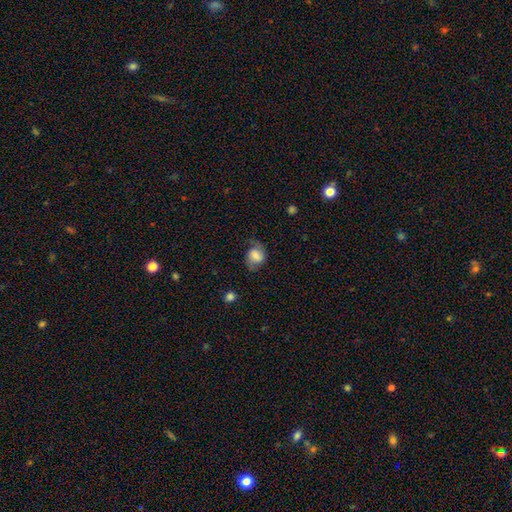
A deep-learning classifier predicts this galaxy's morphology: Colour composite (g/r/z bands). It shows a smooth galaxy with no disk features (50%). Merging: none (57%).